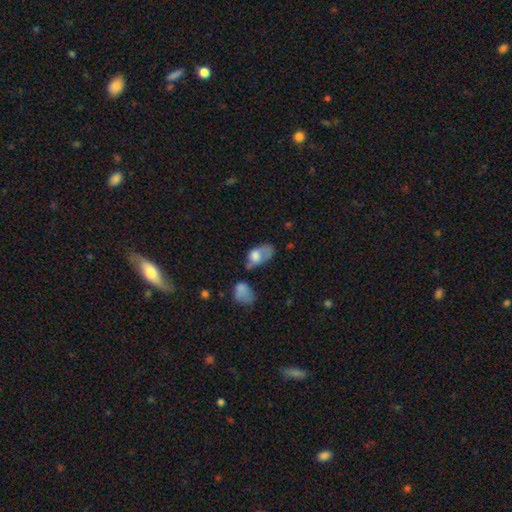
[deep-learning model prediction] Smooth or featured? smooth (66%)
How rounded? in between (88%)
Merging? major disturbance (32%)